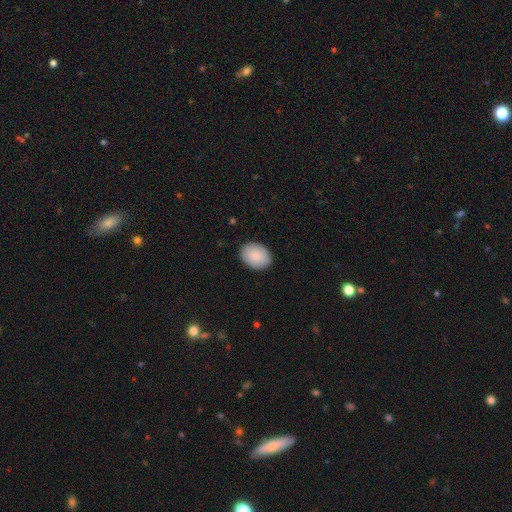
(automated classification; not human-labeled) Morphology: type=smooth (89%); roundness=in between (70%); merging=none (89%).